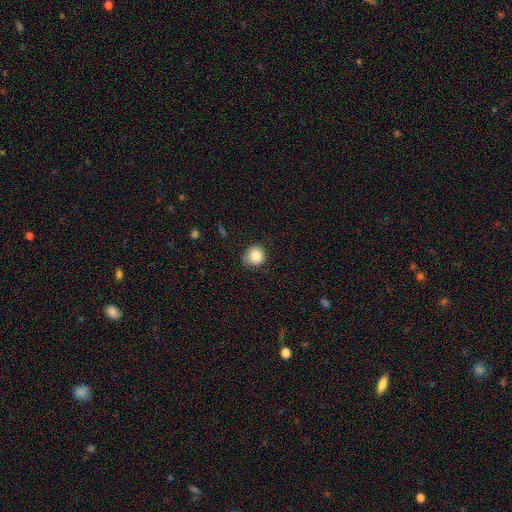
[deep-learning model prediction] A smooth galaxy with no disk features (85%) that is round (88%). Merging: none (66%).